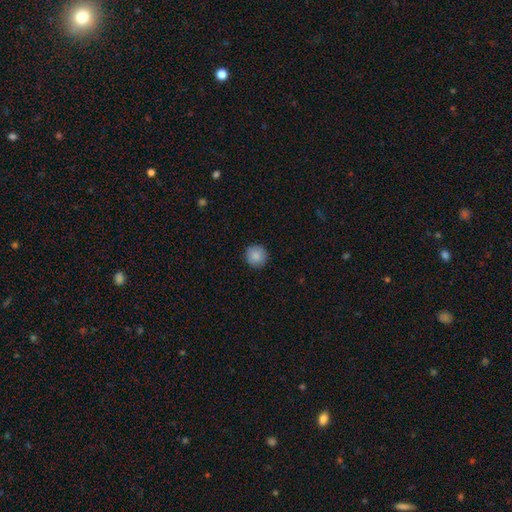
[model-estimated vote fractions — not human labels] Smooth or featured? Predicted: smooth (p=0.87). How rounded? Predicted: round (p=0.95). Merging? Predicted: none (p=0.91).